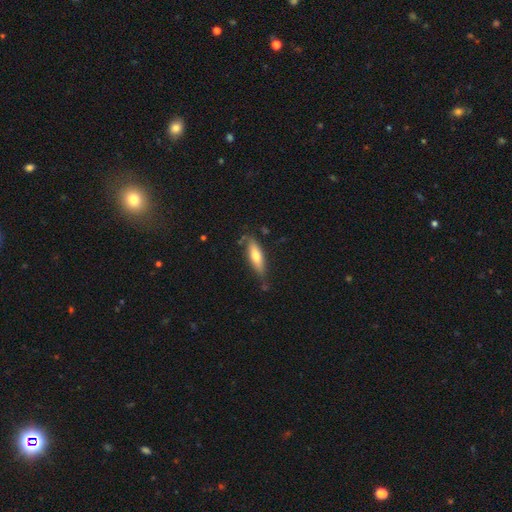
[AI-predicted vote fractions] Morphology: type=smooth (64%); roundness=cigar-shaped (53%); merging=none (70%).